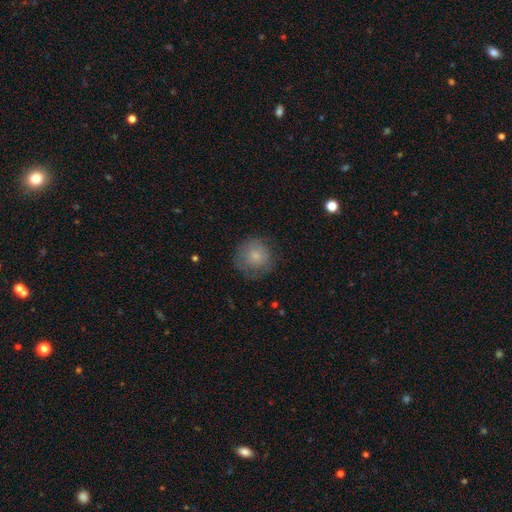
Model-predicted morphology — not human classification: Smooth or featured: smooth — 76% (featured or disk — 16%)
How rounded: round — 93% (in between — 7%)
Merging: none — 73% (minor disturbance — 19%)